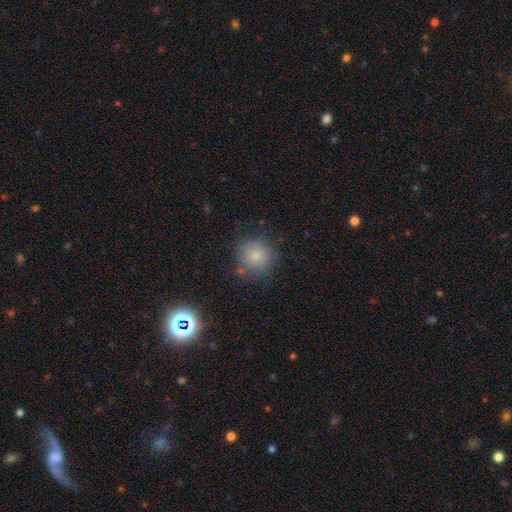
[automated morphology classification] Overall: smooth (80%). How rounded: round (90%). Merging: none (72%).